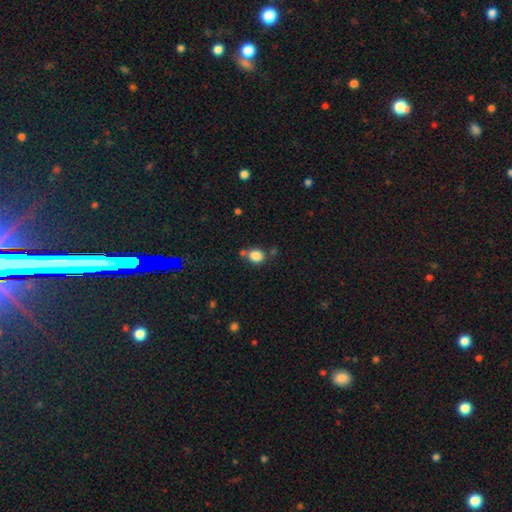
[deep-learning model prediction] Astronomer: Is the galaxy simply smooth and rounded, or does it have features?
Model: smooth — 84%.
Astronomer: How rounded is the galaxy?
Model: in between — 50% (runner-up: round, 49%).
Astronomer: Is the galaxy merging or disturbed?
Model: none — 64%.